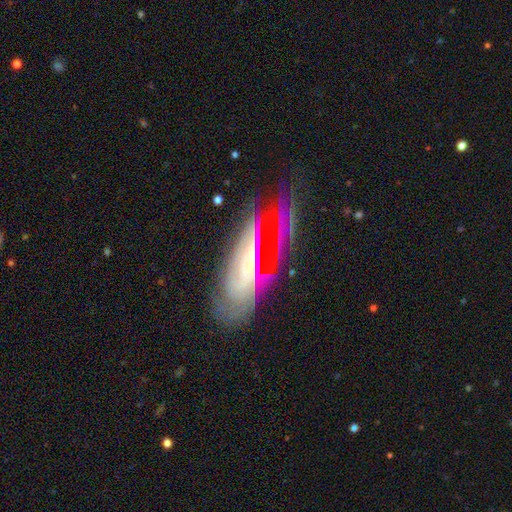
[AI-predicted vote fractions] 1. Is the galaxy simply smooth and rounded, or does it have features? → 72% featured or disk, 17% smooth, 11% star or artifact.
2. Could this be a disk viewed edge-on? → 72% no, 28% yes.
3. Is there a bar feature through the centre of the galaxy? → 47% no, 31% weak, 22% strong.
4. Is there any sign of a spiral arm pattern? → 76% yes, 24% no.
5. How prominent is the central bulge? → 61% small, 26% moderate, 8% none, 4% large, 2% dominant.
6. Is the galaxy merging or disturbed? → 51% none, 24% minor disturbance, 21% major disturbance, 4% merger.